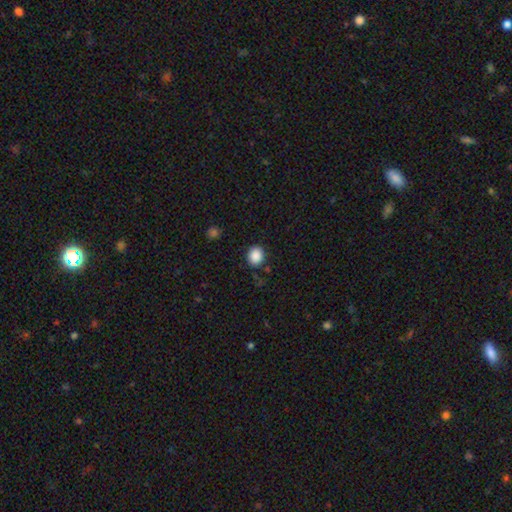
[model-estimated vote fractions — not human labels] Smooth or featured? Predicted: smooth (p=0.88). How rounded? Predicted: round (p=0.74). Merging? Predicted: none (p=0.86).